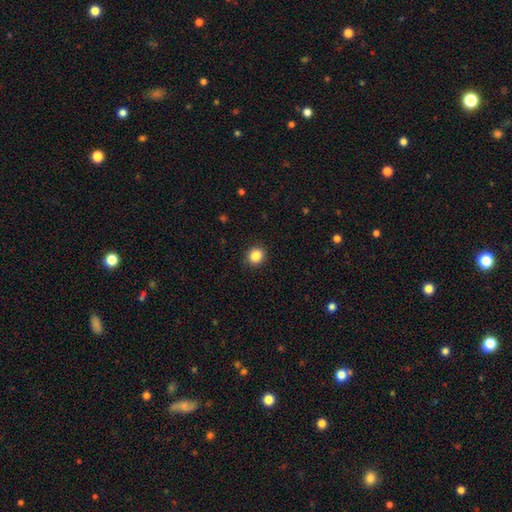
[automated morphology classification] The model was most divided on "how rounded": round: 84%, in between: 15%, cigar-shaped: 1%. More confident: merging — none (90%); smooth or featured — smooth (86%).